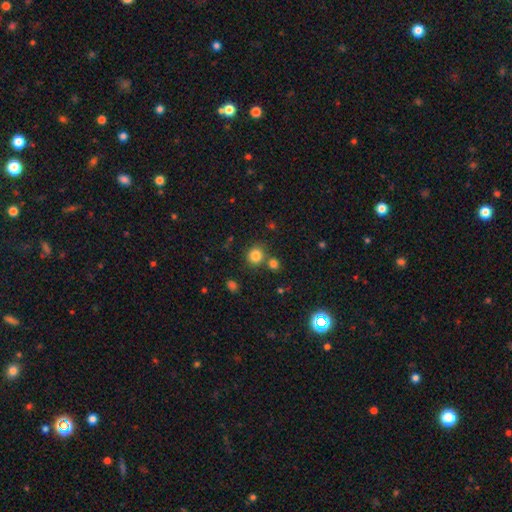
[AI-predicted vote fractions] Smooth or featured? smooth (82%)
How rounded? round (83%)
Merging? none (74%)